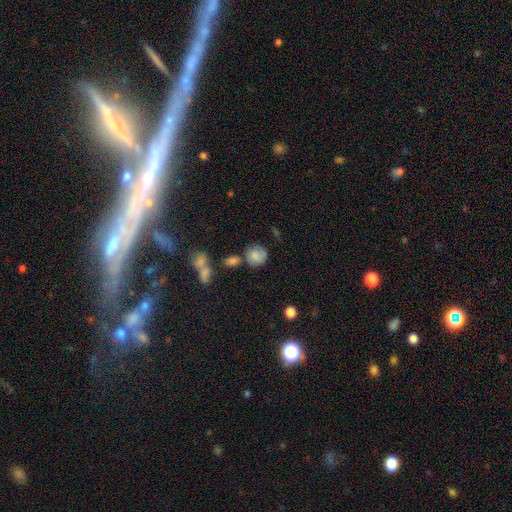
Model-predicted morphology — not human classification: Smooth or featured? Predicted: smooth (p=0.75). How rounded? Predicted: round (p=0.79). Merging? Predicted: none (p=0.61).